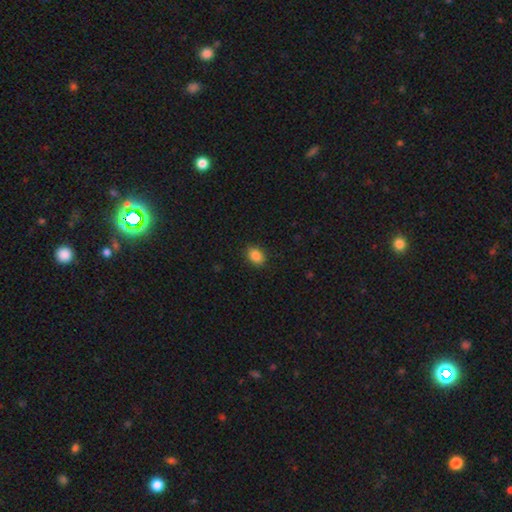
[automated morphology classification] The model was most divided on "how rounded": in between: 74%, round: 24%, cigar-shaped: 2%. More confident: merging — none (87%); smooth or featured — smooth (86%).